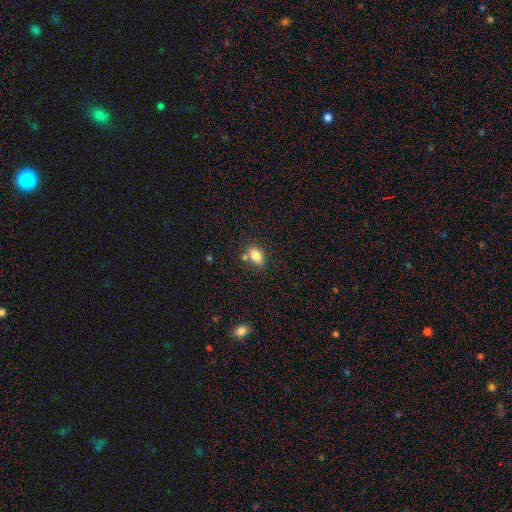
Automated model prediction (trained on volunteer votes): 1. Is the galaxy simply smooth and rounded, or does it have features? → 80% smooth, 11% featured or disk, 9% star or artifact.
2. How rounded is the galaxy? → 86% in between, 10% round, 4% cigar-shaped.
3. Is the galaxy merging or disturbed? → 67% none, 16% minor disturbance, 14% merger, 4% major disturbance.